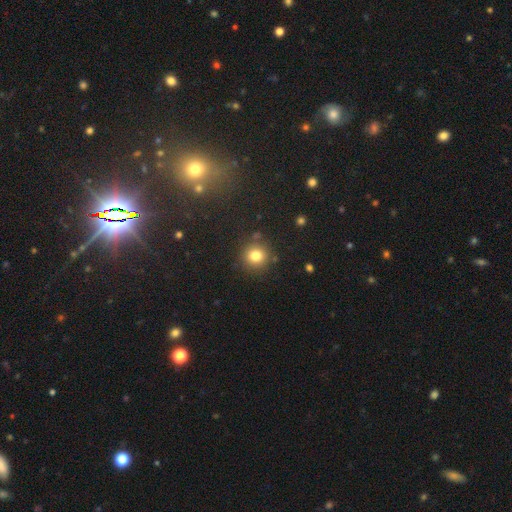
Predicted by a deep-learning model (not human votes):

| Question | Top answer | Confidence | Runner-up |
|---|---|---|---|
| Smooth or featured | smooth | 80% | star or artifact (13%) |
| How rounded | round | 91% | in between (8%) |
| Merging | none | 85% | minor disturbance (8%) |